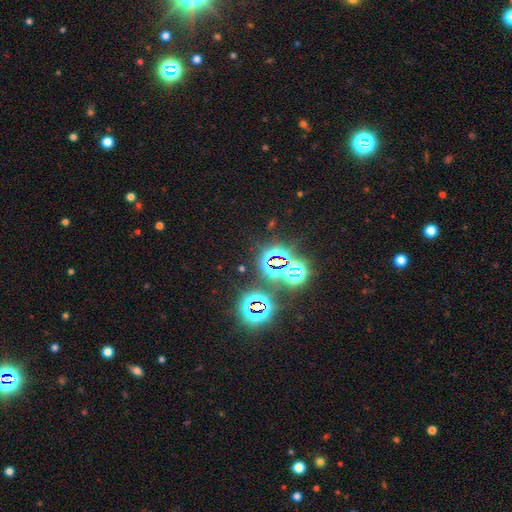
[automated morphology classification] smooth_or_featured: star or artifact (p=0.80) [alt: smooth p=0.12]